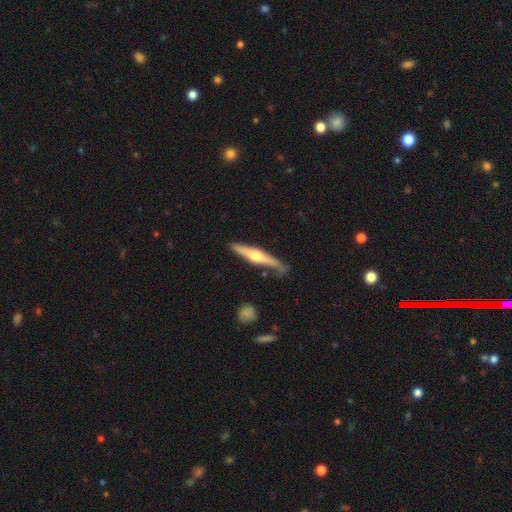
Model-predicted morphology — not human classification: A featured or disk galaxy (66%) viewed edge-on (96%) with a rounded central bulge (92%). Merging: none (76%).